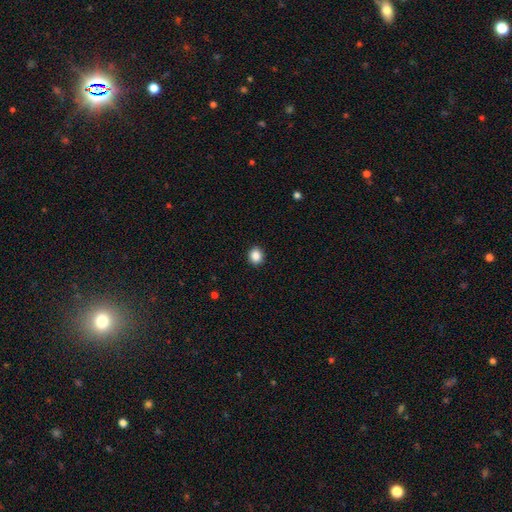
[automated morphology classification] The model was most divided on "how rounded": round: 74%, in between: 25%, cigar-shaped: 1%. More confident: merging — none (91%); smooth or featured — smooth (88%).